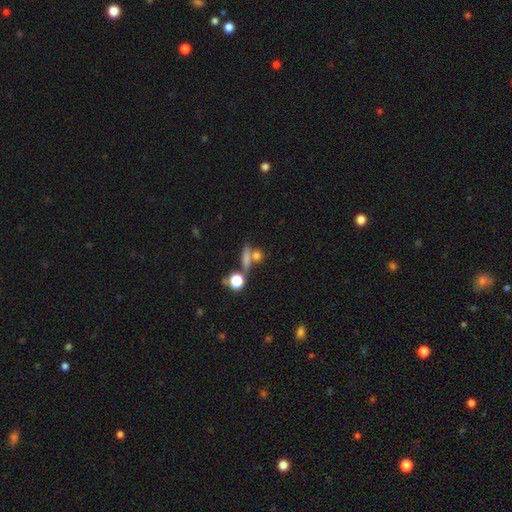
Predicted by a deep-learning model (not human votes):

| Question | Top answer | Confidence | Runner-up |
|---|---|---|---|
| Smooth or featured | smooth | 66% | star or artifact (18%) |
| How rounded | round | 47% | in between (29%) |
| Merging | none | 50% | merger (33%) |